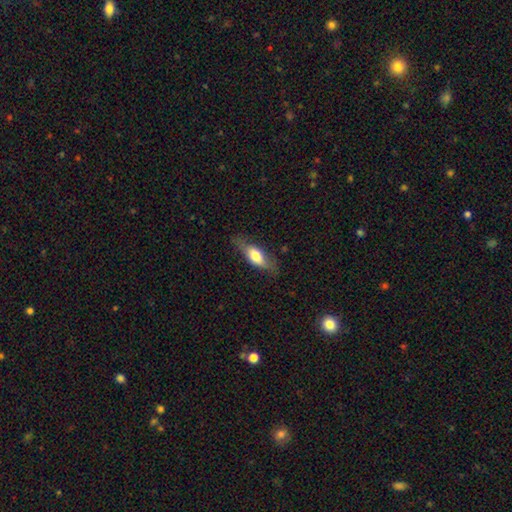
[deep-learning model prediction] Smooth or featured? Predicted: smooth (p=0.62). How rounded? Predicted: in between (p=0.70). Merging? Predicted: none (p=0.69).